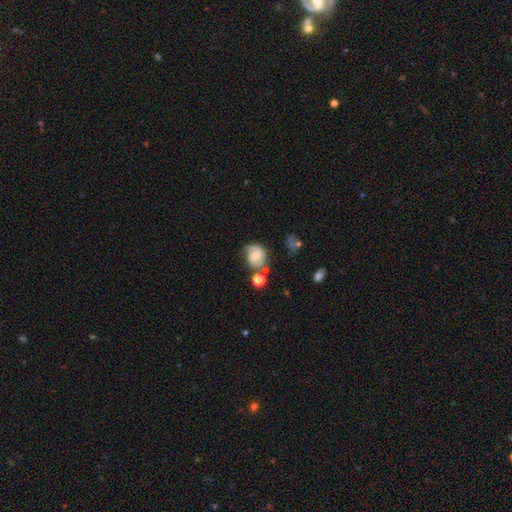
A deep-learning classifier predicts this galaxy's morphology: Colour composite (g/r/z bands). It shows a featured or disk galaxy (53%) with no bar (62%), spiral arms (87%) and a small central bulge (43%). Merging: none (56%).